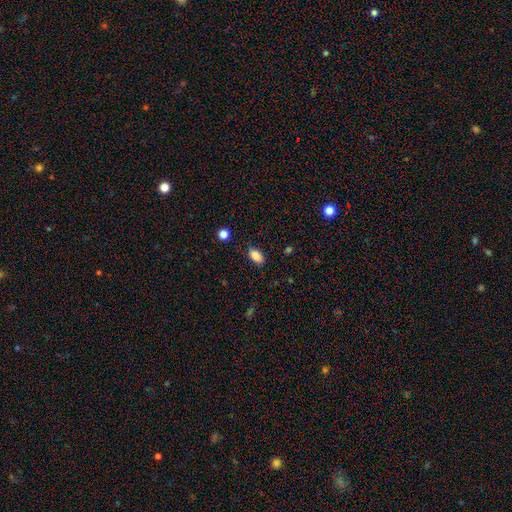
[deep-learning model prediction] The model was most divided on "merging": none: 84%, minor disturbance: 12%, major disturbance: 3%, merger: 1%. More confident: how rounded — in between (91%); smooth or featured — smooth (88%).